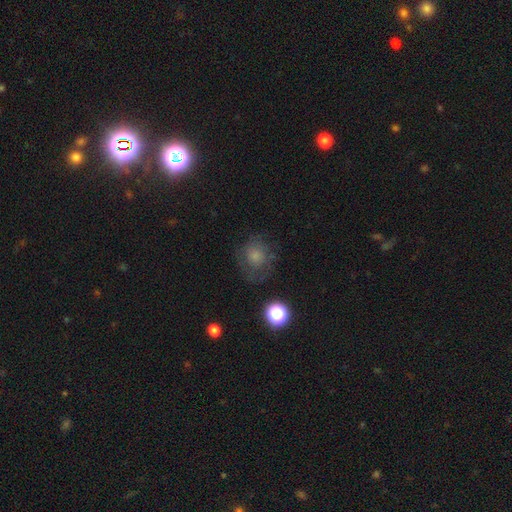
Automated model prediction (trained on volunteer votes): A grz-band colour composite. It shows a smooth galaxy with no disk features (66%) that is round (82%). Merging: none (64%).